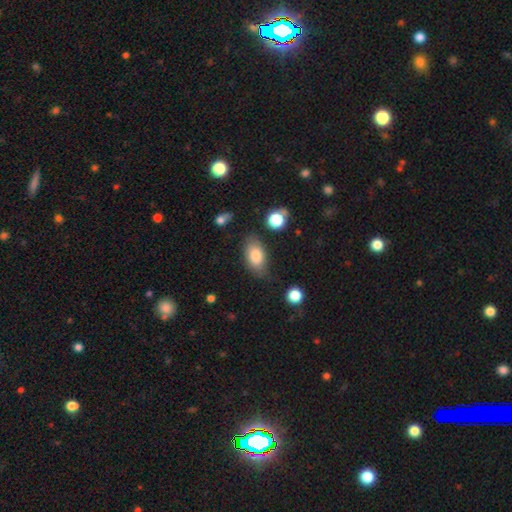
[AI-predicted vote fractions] Smooth or featured? smooth (80%)
How rounded? in between (91%)
Merging? none (69%)